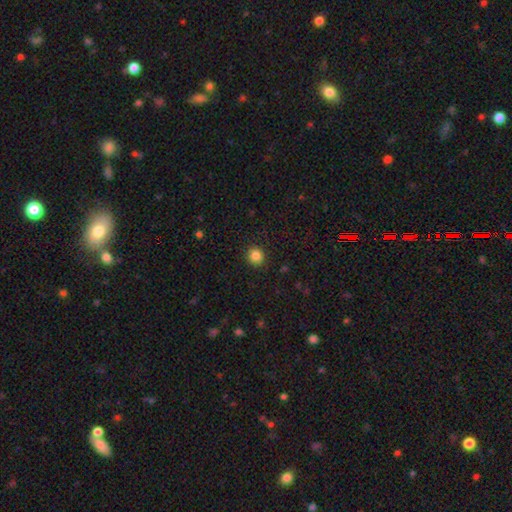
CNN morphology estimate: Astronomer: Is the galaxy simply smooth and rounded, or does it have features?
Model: smooth — 85%.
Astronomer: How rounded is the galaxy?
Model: round — 89%.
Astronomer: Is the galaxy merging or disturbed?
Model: none — 91%.